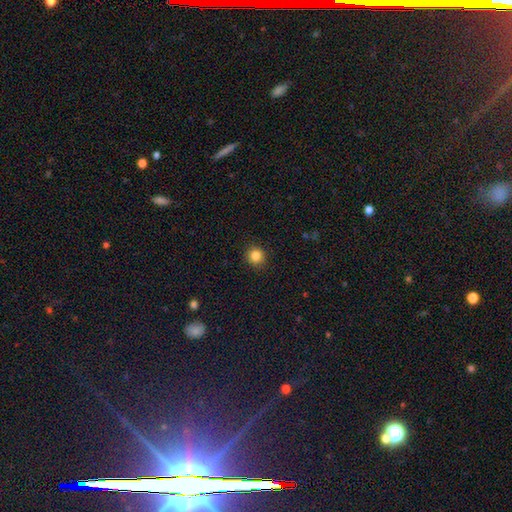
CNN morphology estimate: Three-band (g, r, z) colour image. It shows a smooth galaxy with no disk features (84%) that is round (91%). Merging: none (91%).